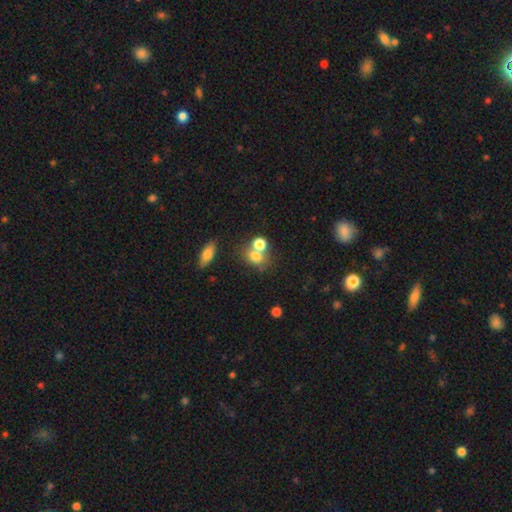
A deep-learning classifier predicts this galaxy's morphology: Overall: smooth (74%). How rounded: round (52%; in between 46%). Merging: none (42%; merger 41%).